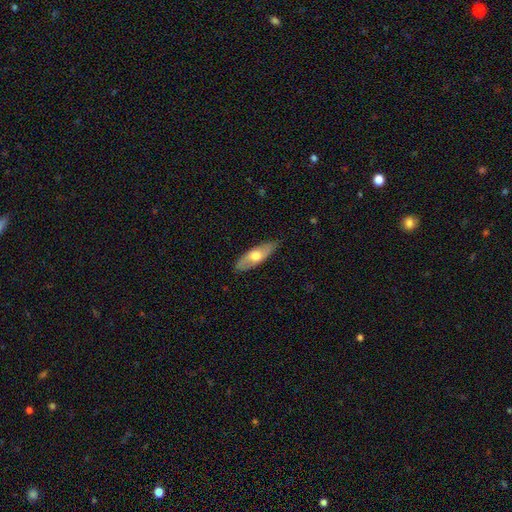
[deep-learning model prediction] A smooth galaxy with no disk features (56%) that is in between round and cigar-shaped (65%).

Vote fractions:
- Smooth or featured? smooth: 56% / featured or disk: 39% / star or artifact: 5%
- How rounded? in between: 65% / cigar-shaped: 32% / round: 3%
- Merging? none: 84% / minor disturbance: 13% / major disturbance: 2% / merger: 1%